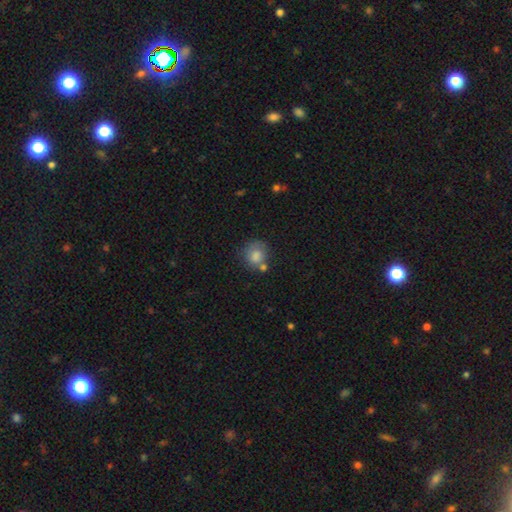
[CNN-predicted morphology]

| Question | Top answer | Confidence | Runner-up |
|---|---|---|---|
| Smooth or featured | smooth | 79% | featured or disk (12%) |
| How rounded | round | 76% | in between (23%) |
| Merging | none | 53% | minor disturbance (20%) |